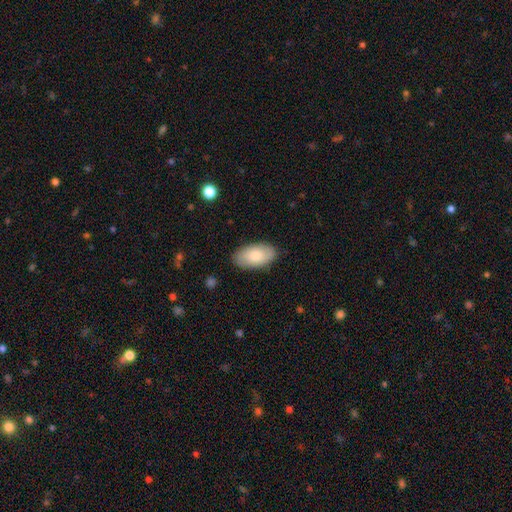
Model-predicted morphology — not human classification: Smooth or featured? Predicted: smooth (p=0.79). How rounded? Predicted: in between (p=0.95). Merging? Predicted: none (p=0.85).